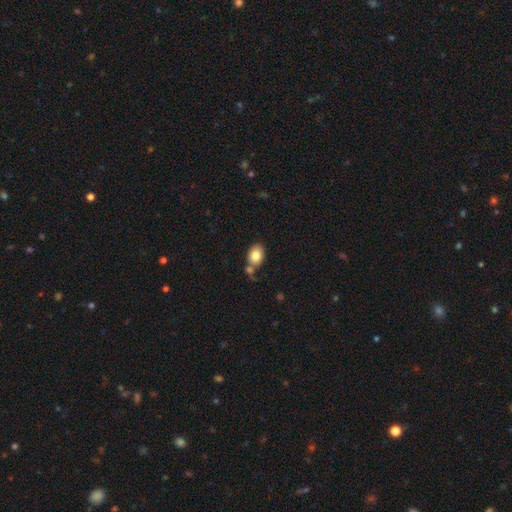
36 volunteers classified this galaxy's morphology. This appears to be a smooth galaxy with no disk features (83%) that is in between round and cigar-shaped (80%). Merging: merger (46%).